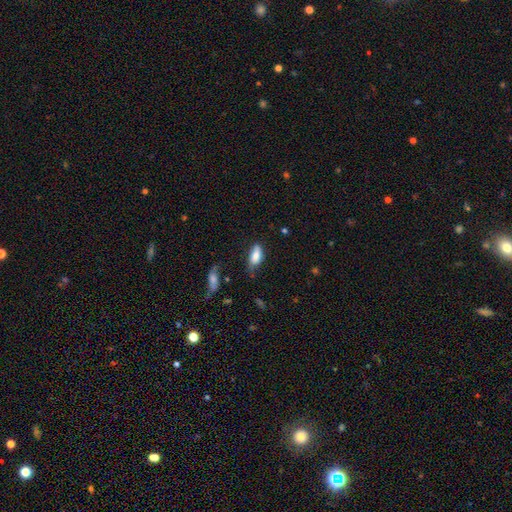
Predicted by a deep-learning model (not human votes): smooth_or_featured: smooth (p=0.80) [alt: featured or disk p=0.12]
how_rounded: in between (p=0.85) [alt: cigar-shaped p=0.12]
merging: none (p=0.52) [alt: minor disturbance p=0.34]